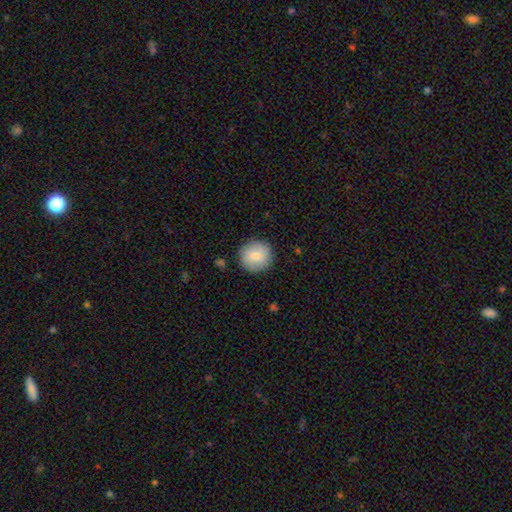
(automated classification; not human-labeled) Smooth or featured: smooth — 78% (featured or disk — 16%)
How rounded: round — 95% (in between — 4%)
Merging: none — 89% (minor disturbance — 7%)